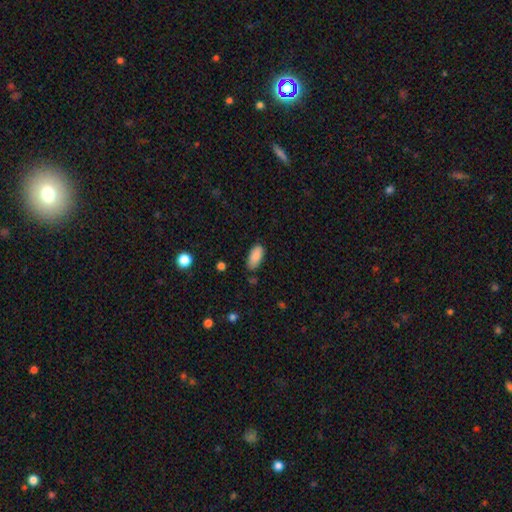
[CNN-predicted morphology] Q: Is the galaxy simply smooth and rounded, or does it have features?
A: smooth — 88%.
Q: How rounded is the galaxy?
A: in between — 89%.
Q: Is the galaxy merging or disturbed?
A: none — 74%.